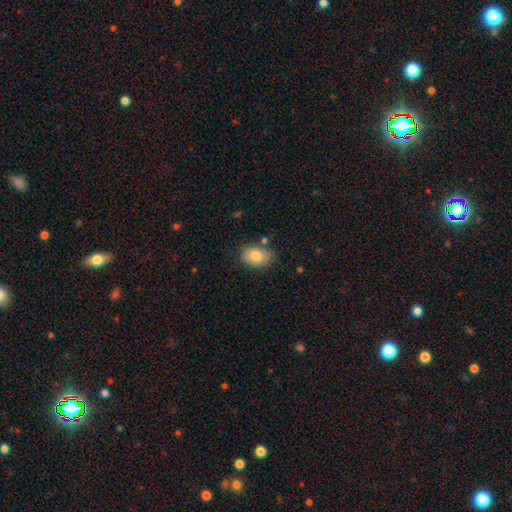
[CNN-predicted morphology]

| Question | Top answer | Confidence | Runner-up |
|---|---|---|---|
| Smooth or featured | smooth | 82% | featured or disk (10%) |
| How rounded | in between | 77% | round (22%) |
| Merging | none | 75% | minor disturbance (17%) |